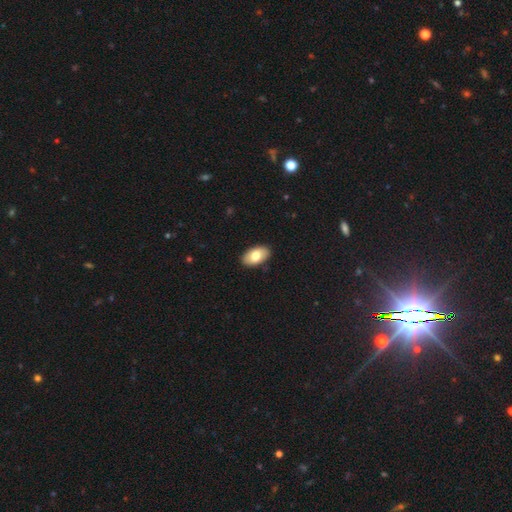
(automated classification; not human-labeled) Smooth or featured? smooth (78%)
How rounded? in between (95%)
Merging? none (89%)